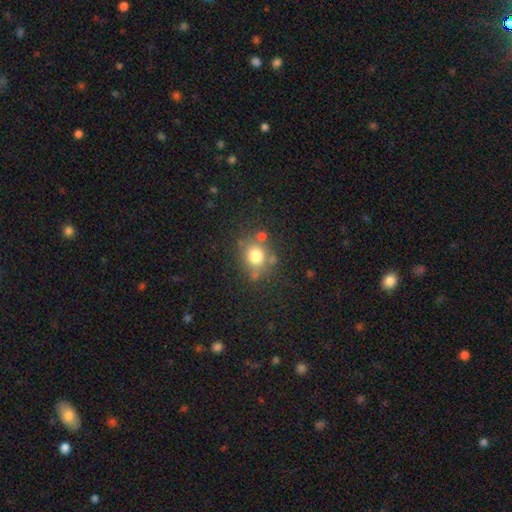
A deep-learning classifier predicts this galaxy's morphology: smooth_or_featured: smooth (p=0.74) [alt: star or artifact p=0.14]
how_rounded: round (p=0.78) [alt: in between p=0.21]
merging: none (p=0.67) [alt: minor disturbance p=0.15]